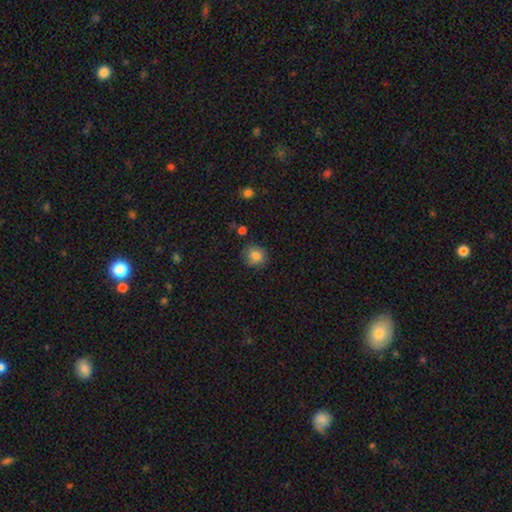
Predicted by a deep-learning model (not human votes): smooth-or-featured: smooth: 82% | star or artifact: 10% | featured or disk: 8%
  how-rounded: round: 82% | in between: 17% | cigar-shaped: 1%
  merging: none: 76% | minor disturbance: 17% | major disturbance: 4% | merger: 3%